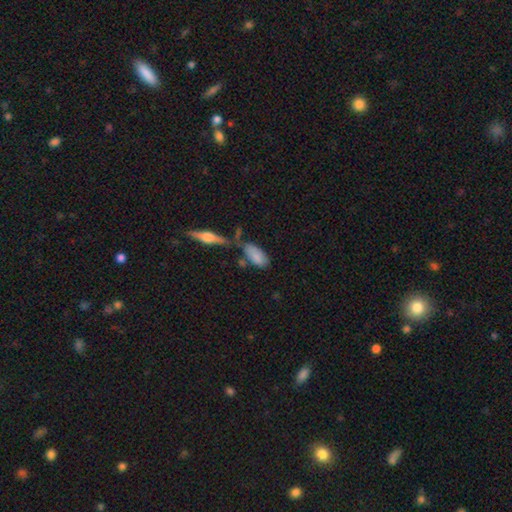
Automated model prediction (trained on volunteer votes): This appears to be a smooth galaxy with no disk features (78%) that is in between round and cigar-shaped (87%). Merging: none (53%).